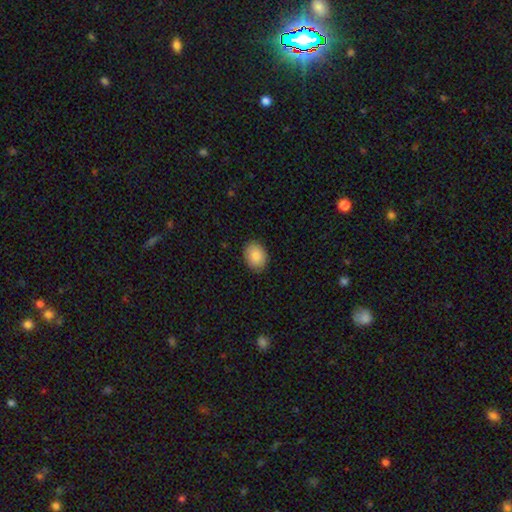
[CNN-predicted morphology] Smooth or featured? Predicted: smooth (p=0.88). How rounded? Predicted: in between (p=0.65). Merging? Predicted: none (p=0.89).